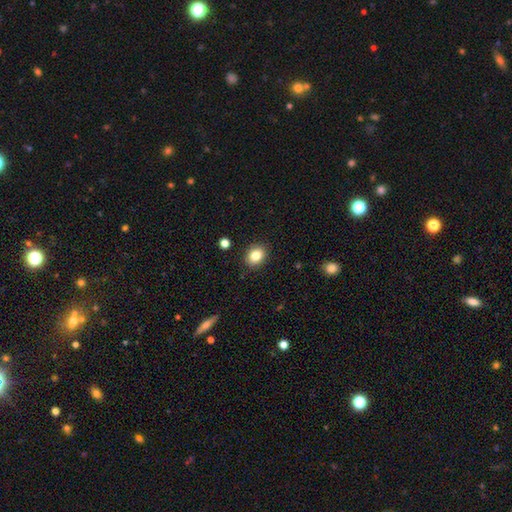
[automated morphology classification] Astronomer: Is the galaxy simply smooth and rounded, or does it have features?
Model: smooth — 83%.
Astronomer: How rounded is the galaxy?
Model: in between — 53% (runner-up: round, 46%).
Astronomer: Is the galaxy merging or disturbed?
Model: none — 89%.